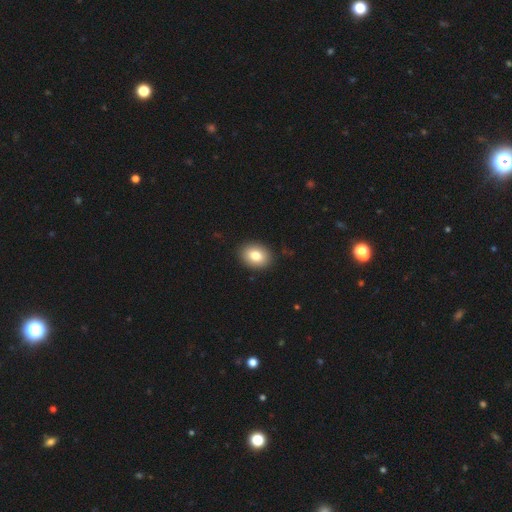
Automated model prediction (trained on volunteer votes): This appears to be a smooth galaxy with no disk features (82%) that is in between round and cigar-shaped (61%). Merging: none (91%).